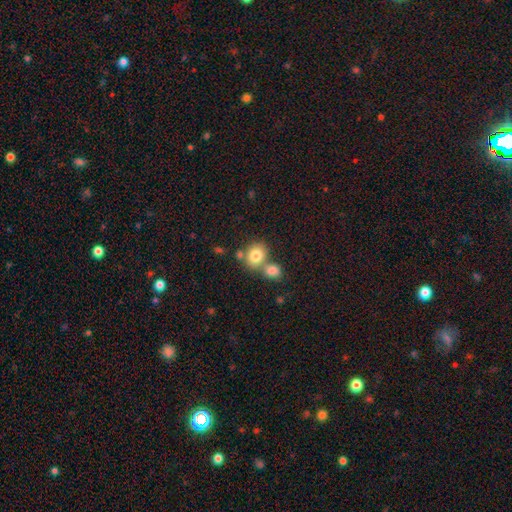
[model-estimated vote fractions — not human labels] A smooth galaxy with no disk features (80%) that is round (59%).

Vote fractions:
- Smooth or featured? smooth: 80% / featured or disk: 11% / star or artifact: 9%
- How rounded? round: 59% / in between: 40% / cigar-shaped: 1%
- Merging? none: 46% / merger: 41% / minor disturbance: 9% / major disturbance: 3%